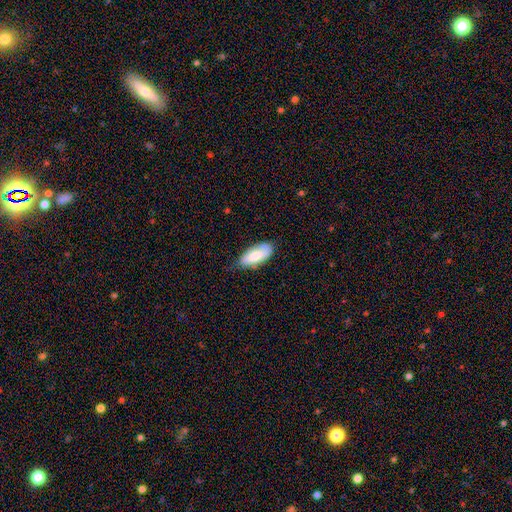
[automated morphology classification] A smooth galaxy with no disk features (77%) that is in between round and cigar-shaped (86%).

Vote fractions:
- Smooth or featured? smooth: 77% / featured or disk: 17% / star or artifact: 6%
- How rounded? in between: 86% / cigar-shaped: 13% / round: 2%
- Merging? none: 60% / minor disturbance: 33% / major disturbance: 6% / merger: 2%